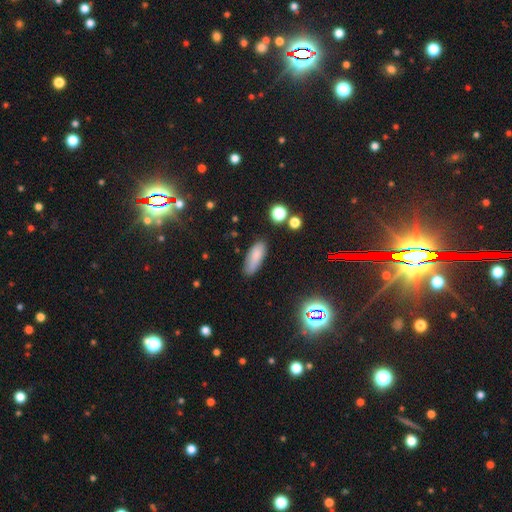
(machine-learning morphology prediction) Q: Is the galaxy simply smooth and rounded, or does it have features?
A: smooth — 81%.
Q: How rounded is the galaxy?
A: in between — 74%.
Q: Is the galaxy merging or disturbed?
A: none — 77%.